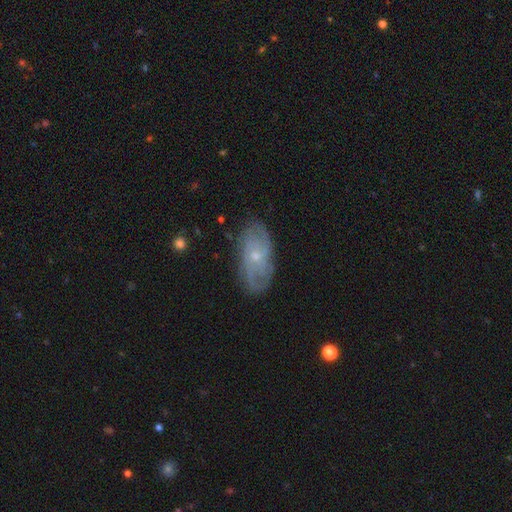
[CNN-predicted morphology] The model was most divided on "spiral winding": tight: 50%, medium: 35%, loose: 14%. Remaining: edge-on disk — no (92%); spiral arms — yes (86%); merging — none (77%); bar — no (76%); smooth or featured — featured or disk (70%); bulge size — small (67%); spiral arm count — can't tell (46%).